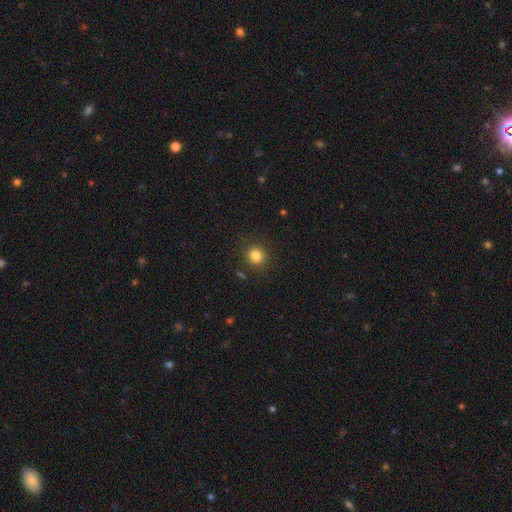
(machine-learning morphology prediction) type=smooth (83%); roundness=round (88%); merging=none (88%).